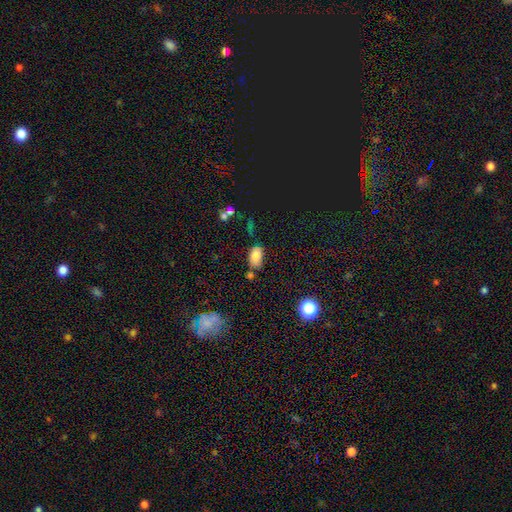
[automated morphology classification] type=smooth (77%); roundness=in between (89%); merging=none (57%).